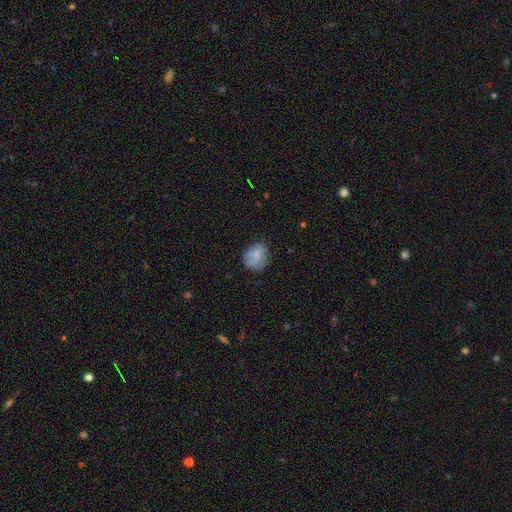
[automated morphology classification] Q: Smooth or featured?
A: smooth (70%); runner-up: featured or disk (21%)
Q: How rounded?
A: round (52%); runner-up: in between (47%)
Q: Merging?
A: none (64%); runner-up: minor disturbance (24%)